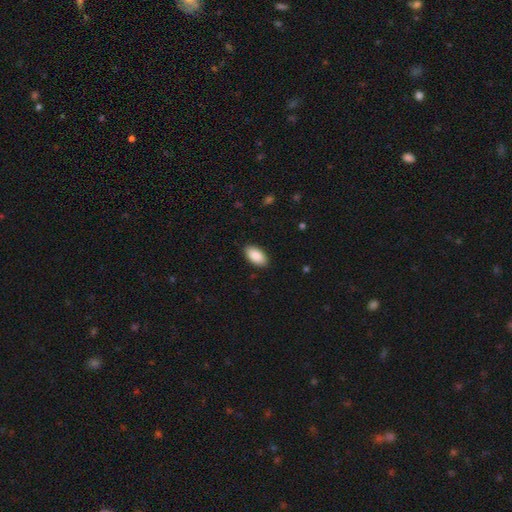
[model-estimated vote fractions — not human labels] A smooth galaxy with no disk features (89%) that is in between round and cigar-shaped (95%).

Vote fractions:
- Smooth or featured? smooth: 89% / star or artifact: 6% / featured or disk: 5%
- How rounded? in between: 95% / cigar-shaped: 2% / round: 2%
- Merging? none: 89% / minor disturbance: 8% / major disturbance: 2% / merger: 1%